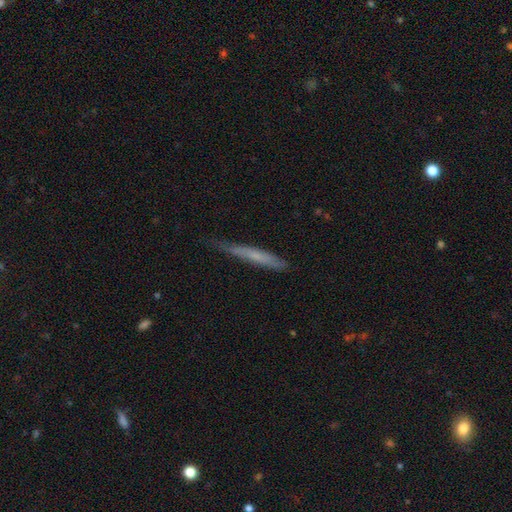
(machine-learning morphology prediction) This is possibly a smooth galaxy (52%). How rounded: clearly cigar-shaped (95%). Merging: likely none (68%).